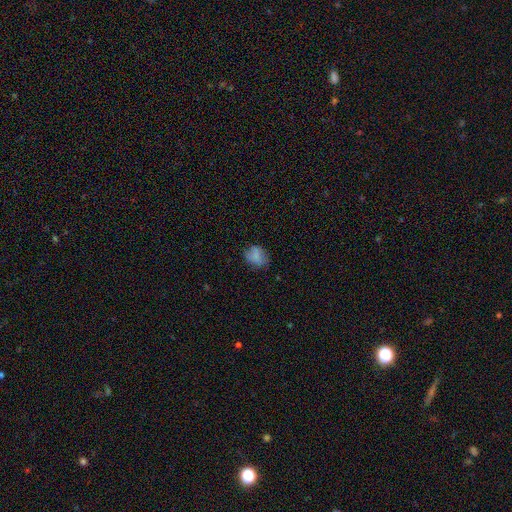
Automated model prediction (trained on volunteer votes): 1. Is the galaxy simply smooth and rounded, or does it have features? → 77% smooth, 13% featured or disk, 10% star or artifact.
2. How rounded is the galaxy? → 54% in between, 44% round, 1% cigar-shaped.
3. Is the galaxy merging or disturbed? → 66% none, 24% minor disturbance, 9% major disturbance, 1% merger.